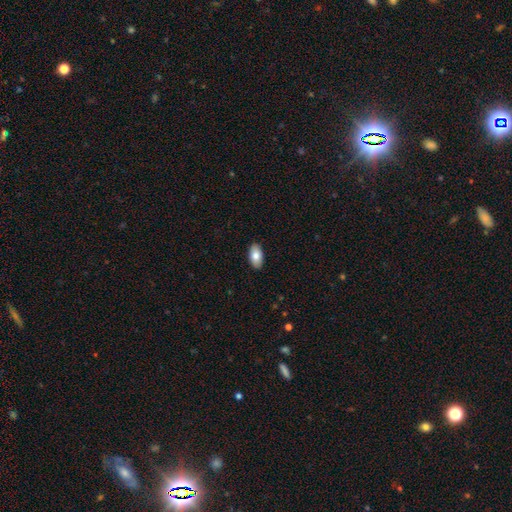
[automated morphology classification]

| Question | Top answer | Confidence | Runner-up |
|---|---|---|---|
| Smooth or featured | smooth | 82% | featured or disk (12%) |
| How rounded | in between | 94% | round (3%) |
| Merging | none | 89% | minor disturbance (8%) |